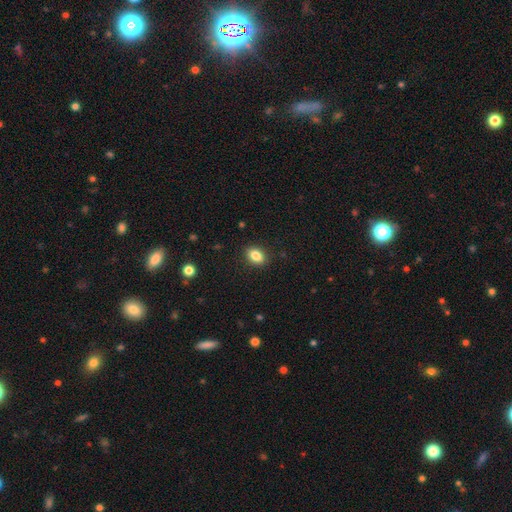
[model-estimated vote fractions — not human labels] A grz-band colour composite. It shows a smooth galaxy with no disk features (85%) that is in between round and cigar-shaped (75%). Merging: none (89%).